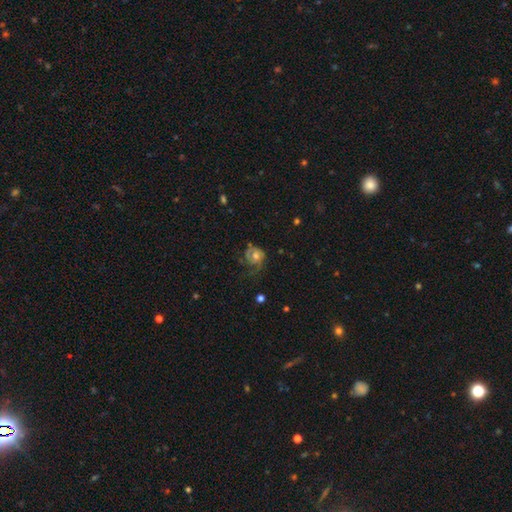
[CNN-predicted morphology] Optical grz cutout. It shows a featured or disk galaxy (61%) with no bar (79%), spiral arms (82%) and a moderate central bulge (67%). Merging: none (45%).